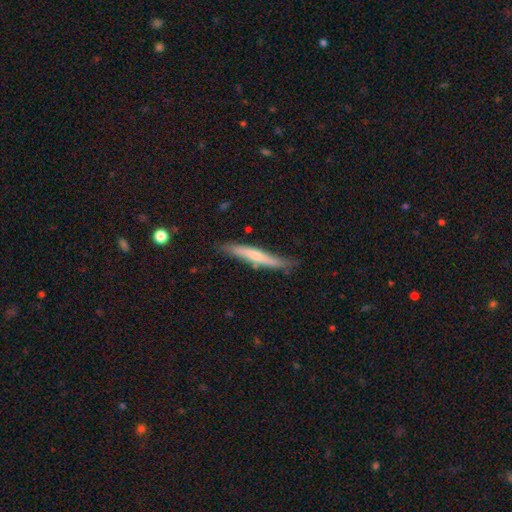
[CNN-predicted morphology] Smooth or featured? smooth (51%)
How rounded? cigar-shaped (93%)
Merging? none (72%)